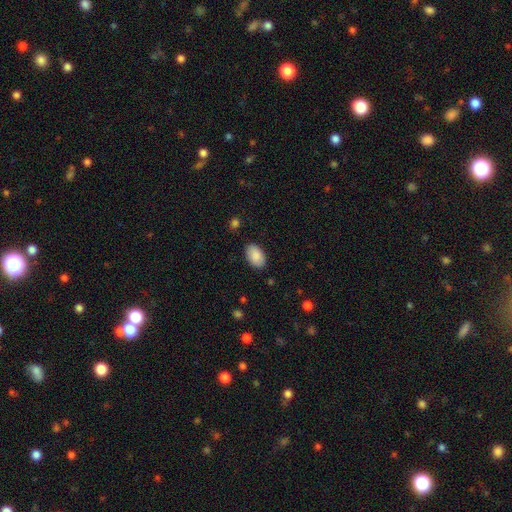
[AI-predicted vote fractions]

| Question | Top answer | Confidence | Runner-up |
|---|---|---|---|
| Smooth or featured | smooth | 89% | star or artifact (6%) |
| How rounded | in between | 92% | round (7%) |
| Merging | none | 87% | minor disturbance (10%) |